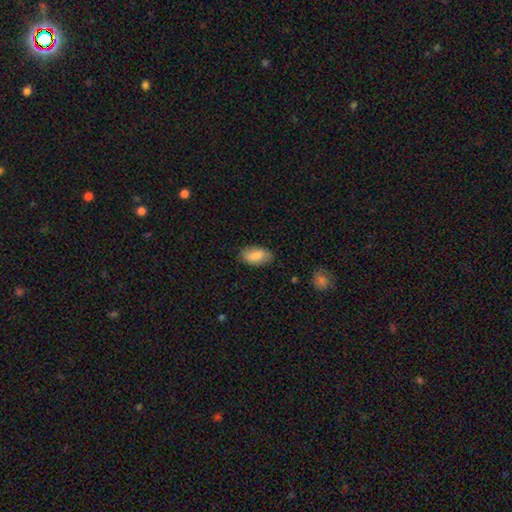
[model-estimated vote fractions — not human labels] Smooth or featured: smooth — 84% (featured or disk — 10%)
How rounded: in between — 93% (round — 4%)
Merging: none — 79% (minor disturbance — 16%)